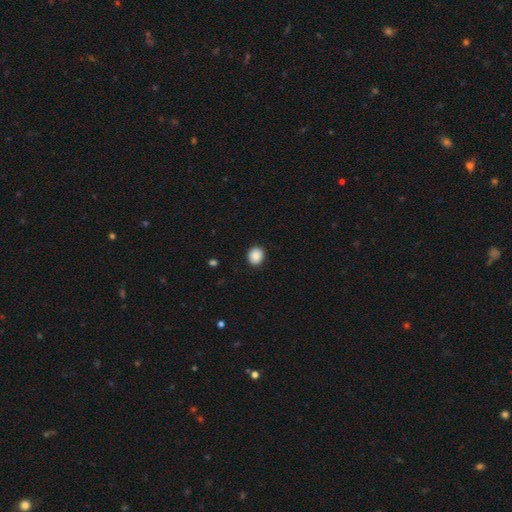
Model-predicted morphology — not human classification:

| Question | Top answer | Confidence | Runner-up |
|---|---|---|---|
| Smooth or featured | smooth | 87% | star or artifact (8%) |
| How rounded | round | 71% | in between (29%) |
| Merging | none | 90% | minor disturbance (8%) |